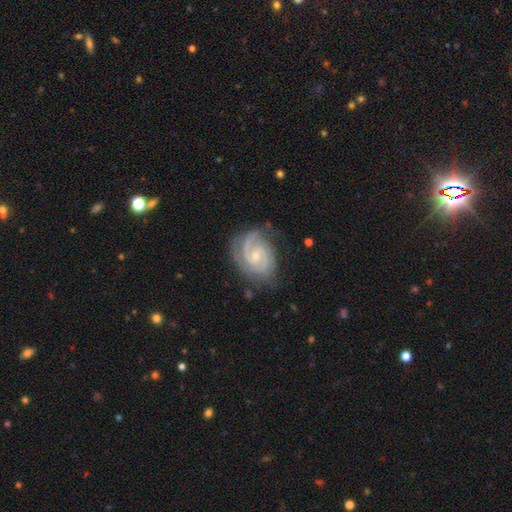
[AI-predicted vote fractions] smooth-or-featured: featured or disk: 91% | smooth: 4% | star or artifact: 4%
  disk-edge-on: no: 98% | yes: 2%
    bar: no: 53% | weak: 39% | strong: 8%
    has-spiral-arms: yes: 98% | no: 2%
      spiral-winding: tight: 61% | medium: 34% | loose: 5%
      spiral-arm-count: 2: 66% | 3: 18% | can't tell: 7% | 1: 3% | 4: 3% | more than 4: 3%
    bulge-size: small: 64% | moderate: 32% | none: 2% | large: 1% | dominant: 1%
  merging: none: 74% | minor disturbance: 18% | major disturbance: 6% | merger: 1%